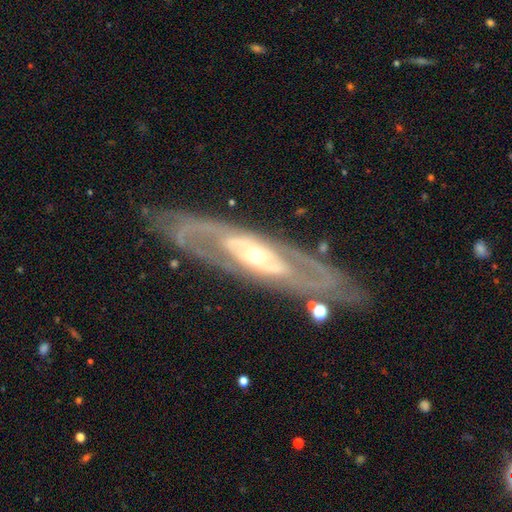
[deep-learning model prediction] Smooth or featured? Predicted: featured or disk (p=0.84). Edge-on disk? Predicted: no (p=0.77). Bar? Predicted: no (p=0.66). Spiral arms? Predicted: yes (p=0.66). Bulge size? Predicted: moderate (p=0.48). Merging? Predicted: none (p=0.81).